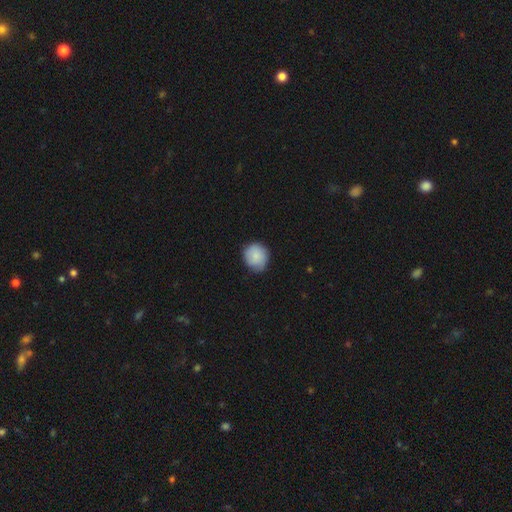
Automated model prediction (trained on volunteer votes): Smooth or featured?
  - smooth: 86% *
  - featured or disk: 7%
  - star or artifact: 7%
How rounded?
  - round: 87% *
  - in between: 12%
  - cigar-shaped: 1%
Merging?
  - none: 77% *
  - minor disturbance: 19%
  - major disturbance: 3%
  - merger: 1%